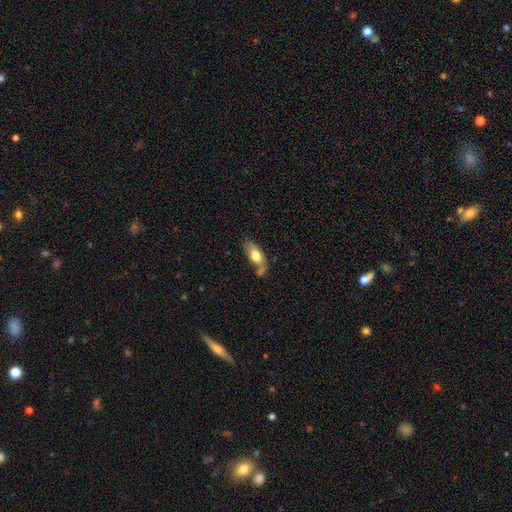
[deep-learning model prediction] smooth 67%, featured or disk 27%, star or artifact 6%. Down the decision tree: how rounded — in between (83%); merging — none (48%).